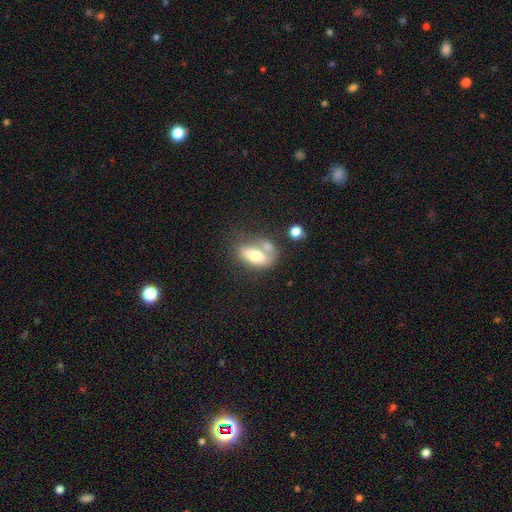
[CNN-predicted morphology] A smooth galaxy with no disk features (63%) that is in between round and cigar-shaped (84%).

Vote fractions:
- Smooth or featured? smooth: 63% / featured or disk: 29% / star or artifact: 8%
- How rounded? in between: 84% / round: 8% / cigar-shaped: 8%
- Merging? merger: 40% / none: 31% / minor disturbance: 17% / major disturbance: 13%